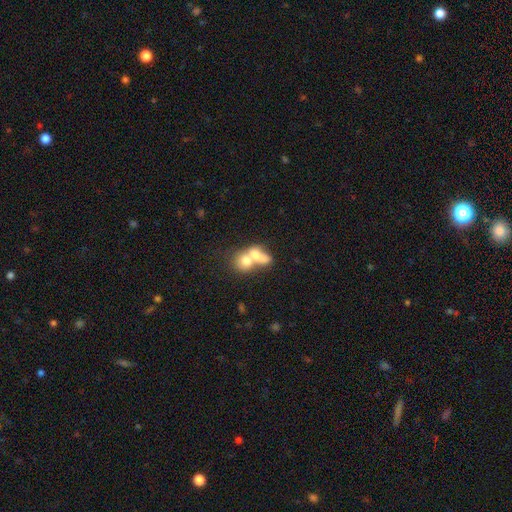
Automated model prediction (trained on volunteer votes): Morphology: type=smooth (66%); roundness=in between (55%); merging=merger (77%).